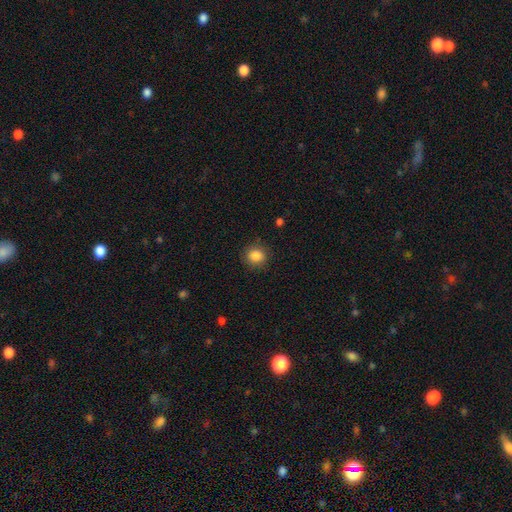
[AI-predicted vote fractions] The model was most divided on "how rounded": round: 85%, in between: 14%, cigar-shaped: 1%. More confident: merging — none (87%); smooth or featured — smooth (86%).